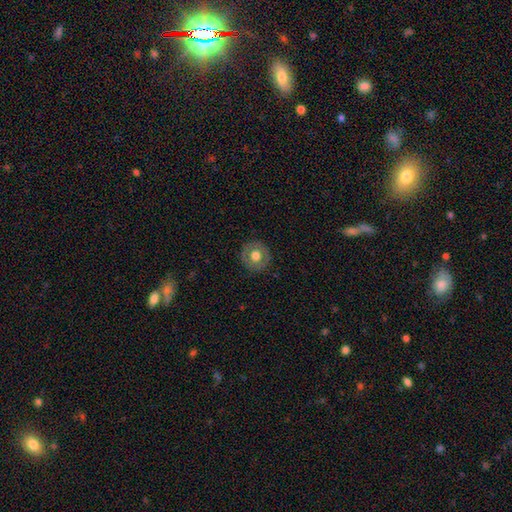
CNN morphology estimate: A smooth galaxy with no disk features (61%) that is round (91%). Merging: none (87%).